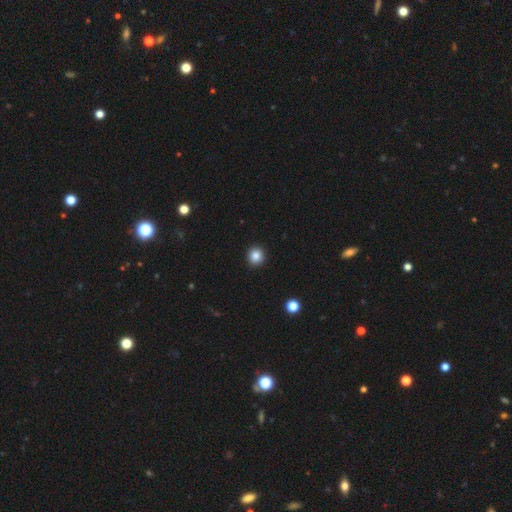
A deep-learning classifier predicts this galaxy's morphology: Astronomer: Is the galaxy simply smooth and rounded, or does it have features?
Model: smooth — 85%.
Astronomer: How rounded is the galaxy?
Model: round — 92%.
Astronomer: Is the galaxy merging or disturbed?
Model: none — 93%.